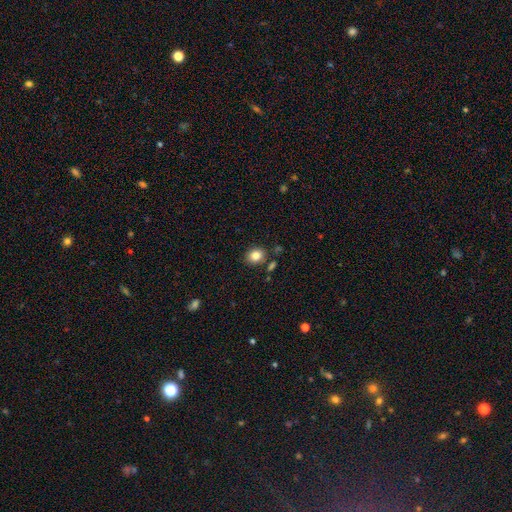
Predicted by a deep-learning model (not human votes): Overall: smooth (84%). How rounded: round (57%; in between 42%). Merging: none (82%).